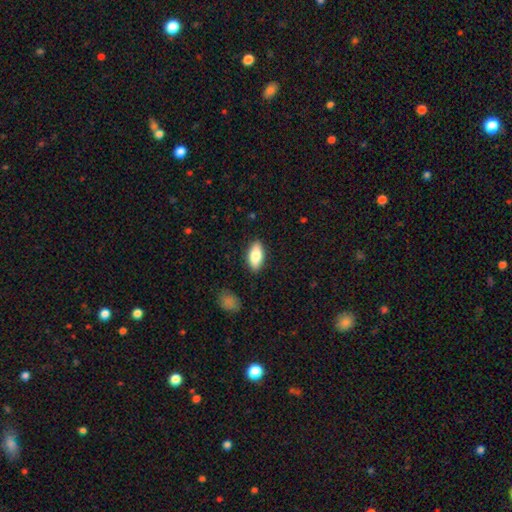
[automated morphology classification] type=smooth (78%); roundness=in between (86%); merging=none (87%).